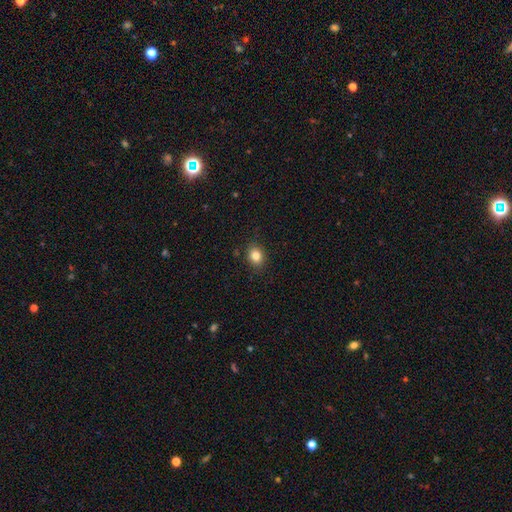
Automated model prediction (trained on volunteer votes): smooth 83%, star or artifact 11%, featured or disk 6%. Down the decision tree: how rounded — round (55%); merging — none (88%).